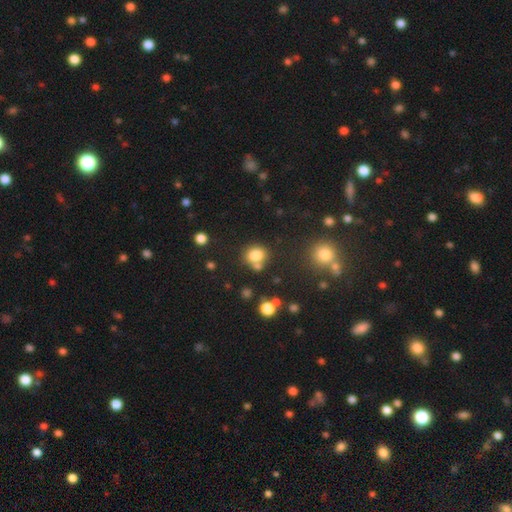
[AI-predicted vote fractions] Overall: smooth (81%). How rounded: round (69%; in between 30%). Merging: none (61%; merger 22%).